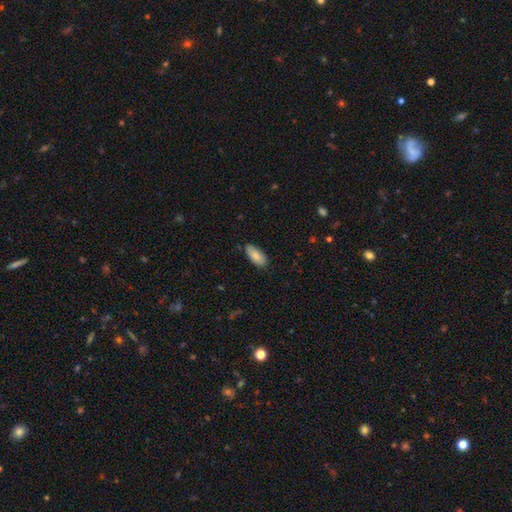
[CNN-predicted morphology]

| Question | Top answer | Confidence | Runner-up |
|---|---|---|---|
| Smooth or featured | smooth | 85% | featured or disk (8%) |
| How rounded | in between | 86% | cigar-shaped (12%) |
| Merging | none | 82% | minor disturbance (15%) |